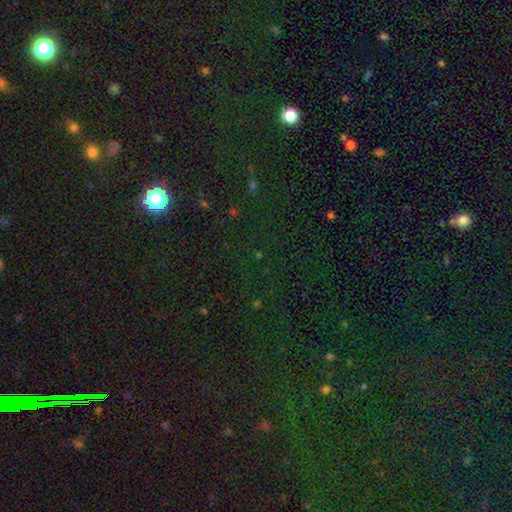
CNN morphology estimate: Smooth or featured? star or artifact (75%)